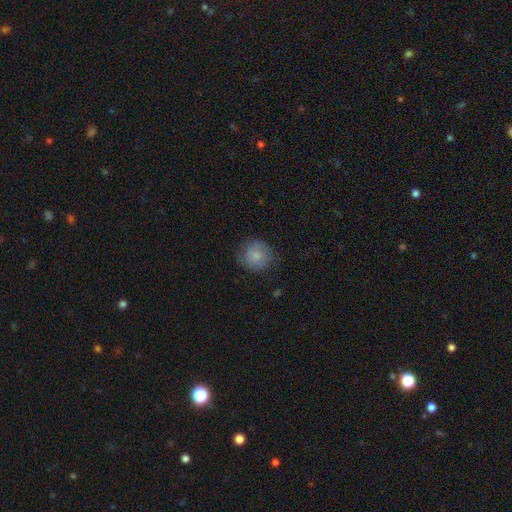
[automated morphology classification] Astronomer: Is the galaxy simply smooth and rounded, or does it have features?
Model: smooth — 76%.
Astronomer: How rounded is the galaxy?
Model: round — 89%.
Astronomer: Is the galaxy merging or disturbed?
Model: none — 75%.